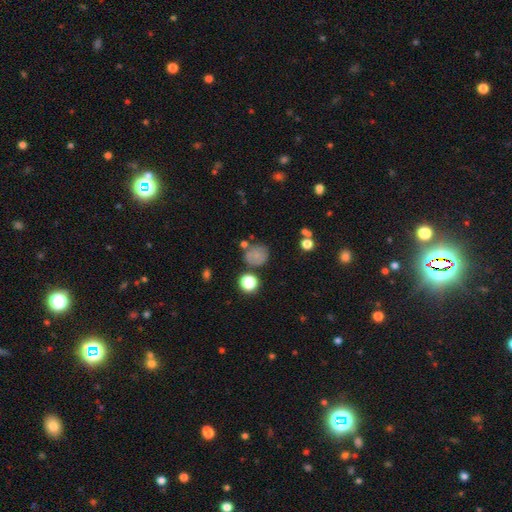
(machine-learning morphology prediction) smooth-or-featured: smooth: 71% | star or artifact: 15% | featured or disk: 14%
  how-rounded: round: 77% | in between: 22% | cigar-shaped: 1%
  merging: none: 64% | minor disturbance: 19% | merger: 10% | major disturbance: 7%